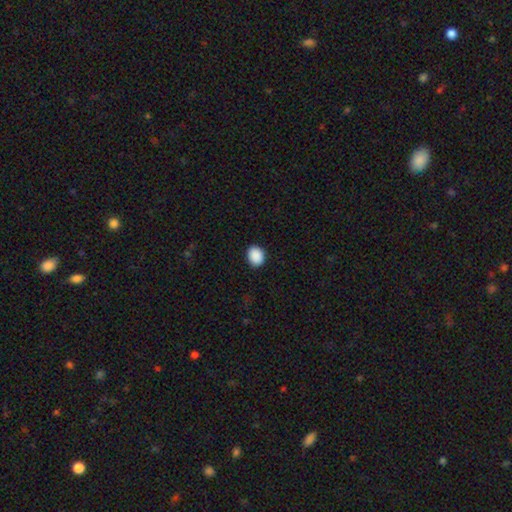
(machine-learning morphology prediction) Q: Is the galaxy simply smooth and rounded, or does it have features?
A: smooth — 90%.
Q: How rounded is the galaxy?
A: in between — 56%.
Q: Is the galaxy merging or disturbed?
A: none — 89%.